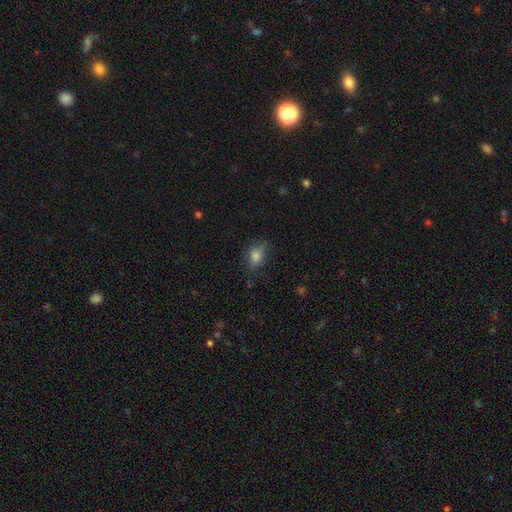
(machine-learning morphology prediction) smooth-or-featured: smooth: 79% | star or artifact: 12% | featured or disk: 9%
  how-rounded: in between: 65% | round: 33% | cigar-shaped: 2%
  merging: none: 66% | minor disturbance: 24% | major disturbance: 8% | merger: 1%